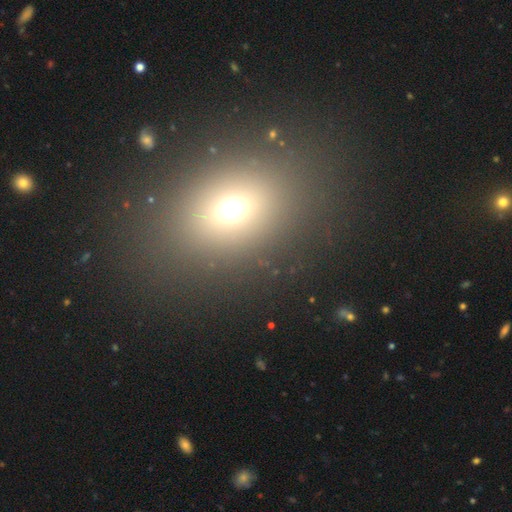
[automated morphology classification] A smooth galaxy with no disk features (64%) that is in between round and cigar-shaped (61%).

Vote fractions:
- Smooth or featured? smooth: 64% / star or artifact: 23% / featured or disk: 13%
- How rounded? in between: 61% / round: 37% / cigar-shaped: 2%
- Merging? none: 86% / minor disturbance: 7% / major disturbance: 4% / merger: 2%